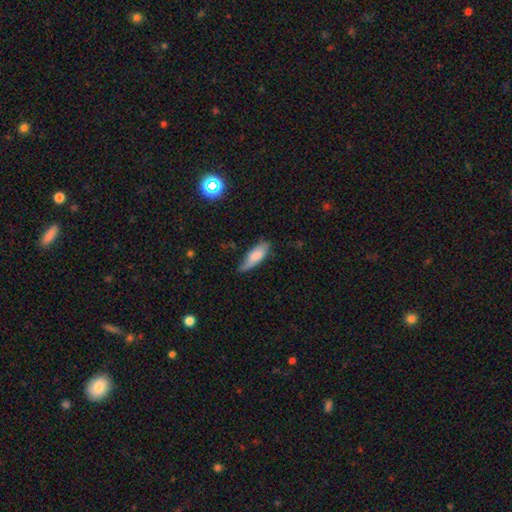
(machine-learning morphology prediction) Smooth or featured: smooth — 75% (featured or disk — 18%)
How rounded: in between — 66% (cigar-shaped — 32%)
Merging: none — 52% (minor disturbance — 37%)